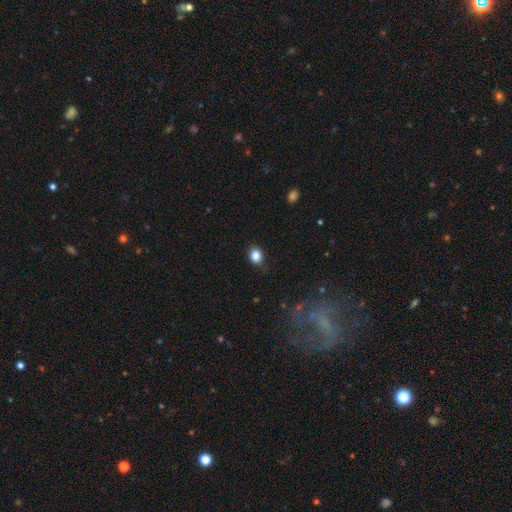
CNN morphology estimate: type=smooth (84%); roundness=round (57%); merging=none (76%).